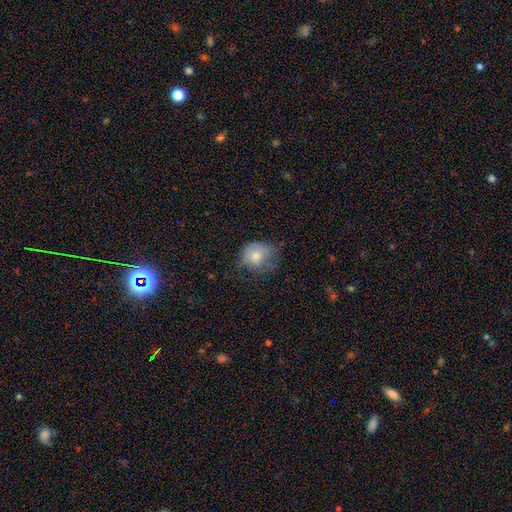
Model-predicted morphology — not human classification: Smooth or featured?
  - smooth: 71% *
  - featured or disk: 20%
  - star or artifact: 9%
How rounded?
  - round: 66% *
  - in between: 33%
  - cigar-shaped: 1%
Merging?
  - none: 40% *
  - minor disturbance: 33%
  - major disturbance: 25%
  - merger: 2%